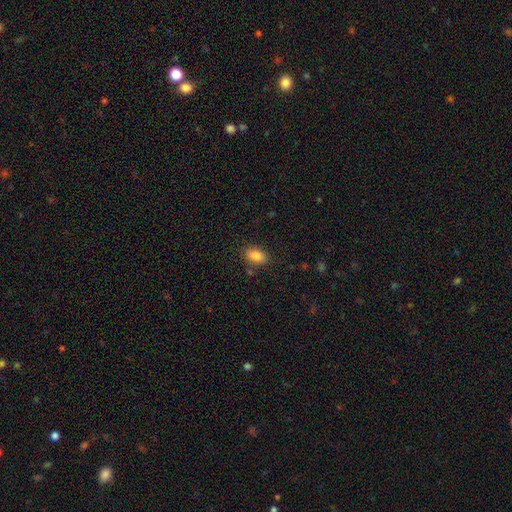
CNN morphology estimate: type=smooth (87%); roundness=in between (90%); merging=none (82%).